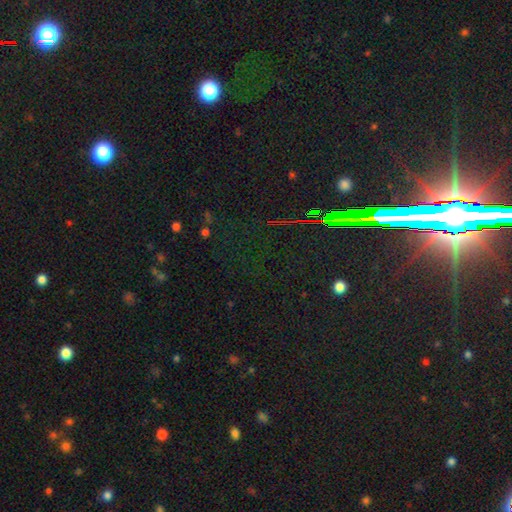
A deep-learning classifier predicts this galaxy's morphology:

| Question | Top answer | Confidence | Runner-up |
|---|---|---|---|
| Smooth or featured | star or artifact | 79% | featured or disk (12%) |